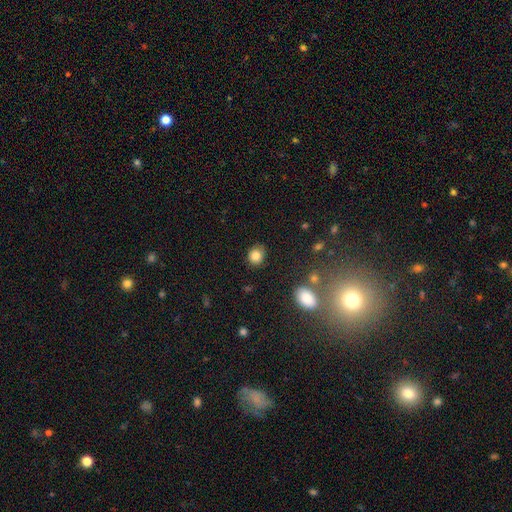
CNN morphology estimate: A smooth galaxy with no disk features (84%) that is round (72%).

Vote fractions:
- Smooth or featured? smooth: 84% / star or artifact: 10% / featured or disk: 6%
- How rounded? round: 72% / in between: 27% / cigar-shaped: 1%
- Merging? none: 82% / minor disturbance: 13% / major disturbance: 3% / merger: 2%